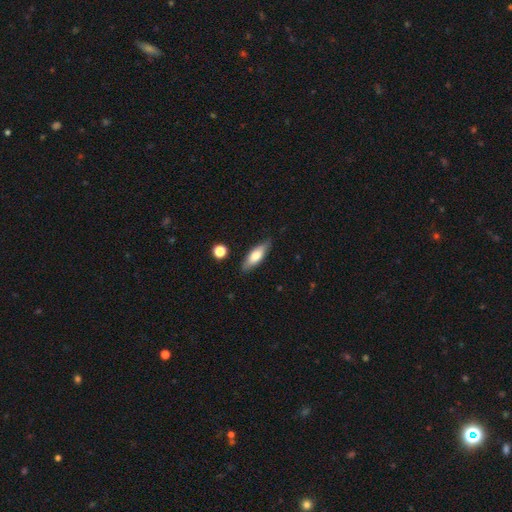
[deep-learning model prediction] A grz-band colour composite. It shows a smooth galaxy with no disk features (68%) that is in between round and cigar-shaped (57%). Merging: none (82%).